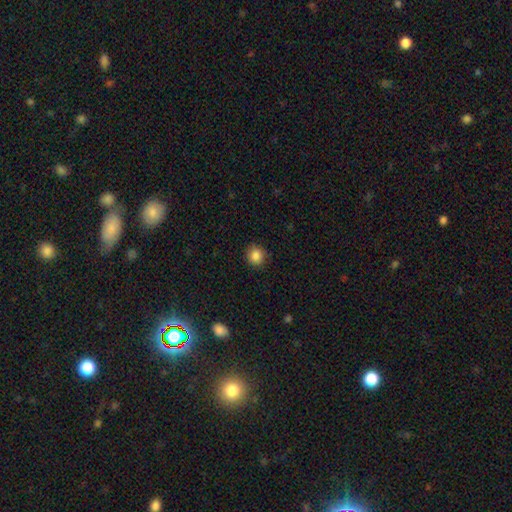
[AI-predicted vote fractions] smooth 86%, star or artifact 10%, featured or disk 4%. Down the decision tree: how rounded — round (87%); merging — none (86%).